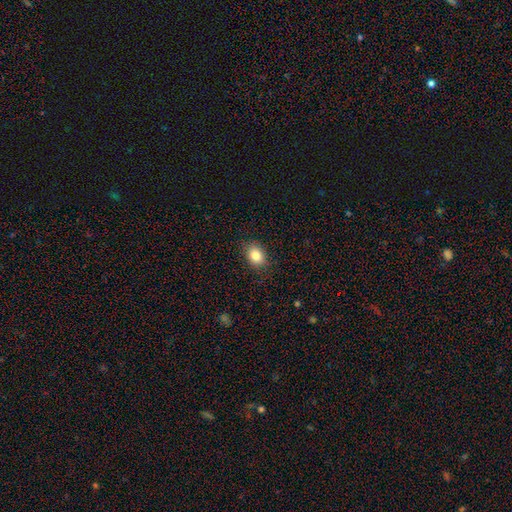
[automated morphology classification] Overall: smooth (85%). How rounded: in between (68%; round 31%). Merging: none (86%).